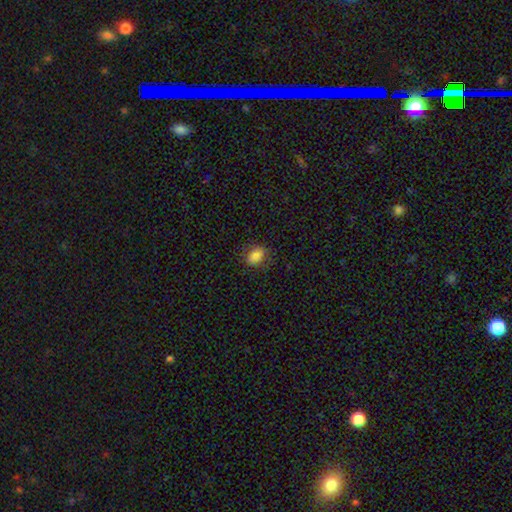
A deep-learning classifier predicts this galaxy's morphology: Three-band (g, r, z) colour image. It shows a smooth galaxy with no disk features (82%) that is in between round and cigar-shaped (67%). Merging: none (80%).